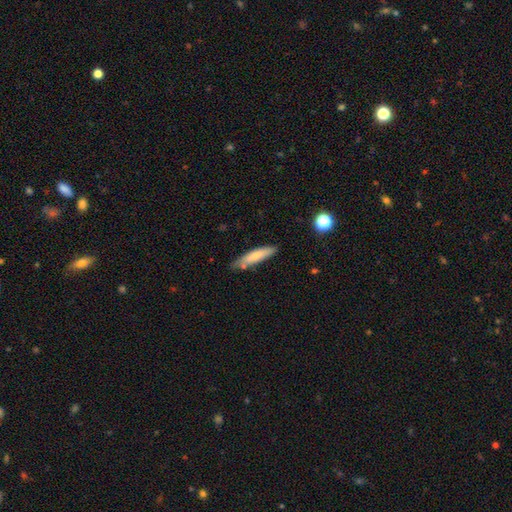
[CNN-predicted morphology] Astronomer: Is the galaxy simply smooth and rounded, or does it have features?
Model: smooth — 74%.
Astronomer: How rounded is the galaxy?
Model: cigar-shaped — 80%.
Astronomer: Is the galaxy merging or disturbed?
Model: none — 73%.